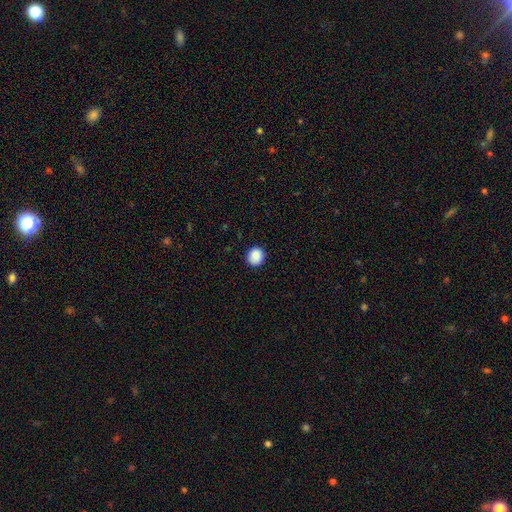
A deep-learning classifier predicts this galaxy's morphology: smooth 88%, star or artifact 9%, featured or disk 3%. Down the decision tree: how rounded — round (90%); merging — none (91%).